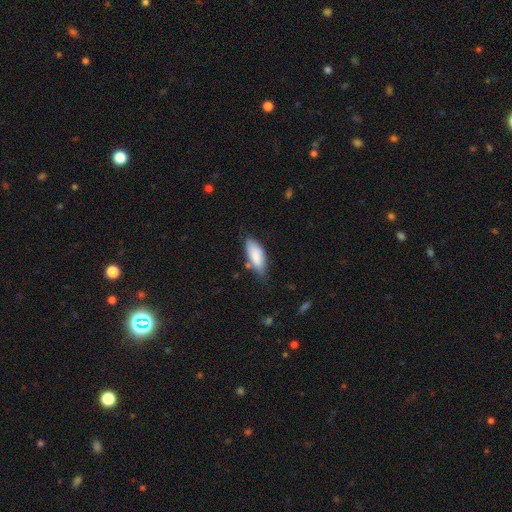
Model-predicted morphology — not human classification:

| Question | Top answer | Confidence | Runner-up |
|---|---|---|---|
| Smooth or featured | smooth | 83% | featured or disk (11%) |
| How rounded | in between | 79% | cigar-shaped (19%) |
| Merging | none | 66% | minor disturbance (25%) |